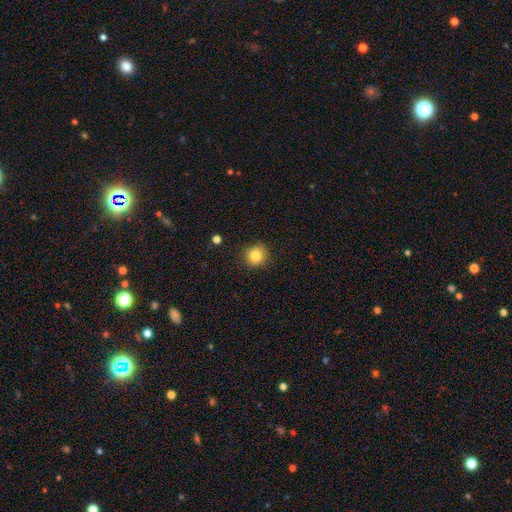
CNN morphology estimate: A smooth galaxy with no disk features (82%) that is round (92%).

Vote fractions:
- Smooth or featured? smooth: 82% / star or artifact: 11% / featured or disk: 7%
- How rounded? round: 92% / in between: 7% / cigar-shaped: 1%
- Merging? none: 90% / minor disturbance: 7% / major disturbance: 2% / merger: 1%